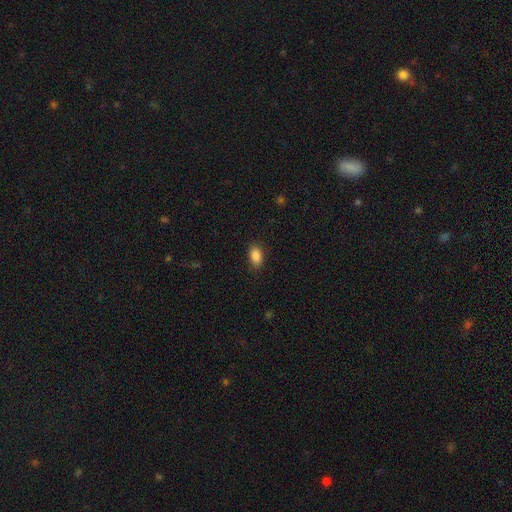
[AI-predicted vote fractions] The model was most divided on "merging": none: 86%, minor disturbance: 11%, major disturbance: 3%, merger: 1%. More confident: how rounded — in between (89%); smooth or featured — smooth (88%).